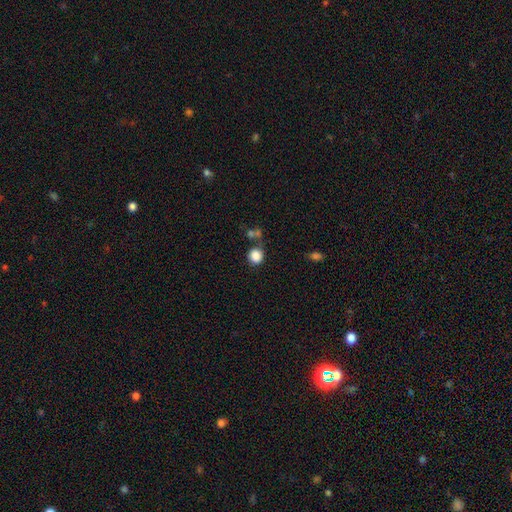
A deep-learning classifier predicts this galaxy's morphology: A smooth galaxy with no disk features (86%) that is round (85%).

Vote fractions:
- Smooth or featured? smooth: 86% / star or artifact: 10% / featured or disk: 4%
- How rounded? round: 85% / in between: 14% / cigar-shaped: 1%
- Merging? none: 68% / merger: 14% / minor disturbance: 12% / major disturbance: 6%